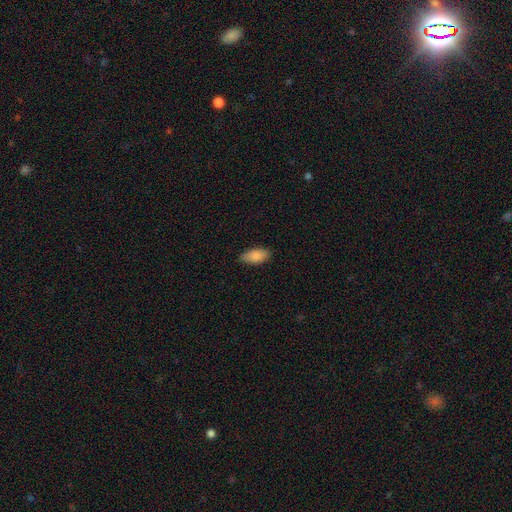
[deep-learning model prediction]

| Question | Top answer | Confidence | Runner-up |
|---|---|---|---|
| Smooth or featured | smooth | 87% | featured or disk (7%) |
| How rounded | in between | 90% | cigar-shaped (8%) |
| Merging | none | 85% | minor disturbance (11%) |